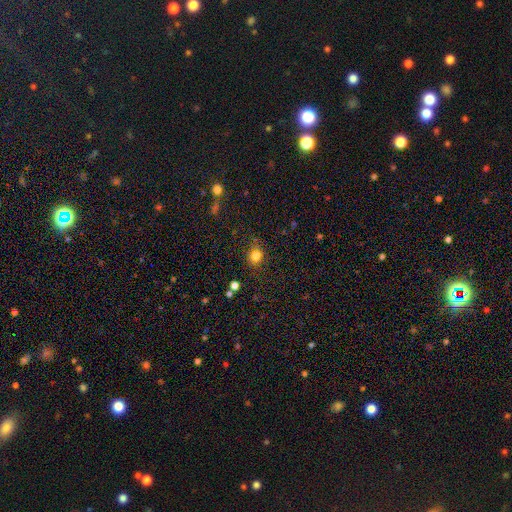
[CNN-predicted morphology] This appears to be a smooth galaxy with no disk features (81%) that is round (73%). Merging: none (80%).